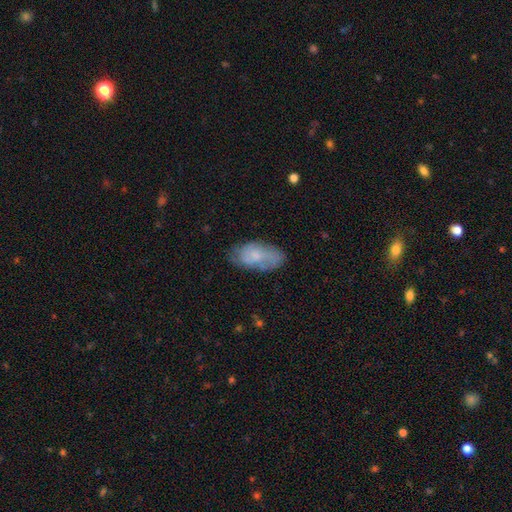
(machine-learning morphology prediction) smooth_or_featured: smooth (p=0.54) [alt: featured or disk p=0.39]
how_rounded: in between (p=0.91) [alt: cigar-shaped p=0.06]
merging: none (p=0.62) [alt: minor disturbance p=0.27]